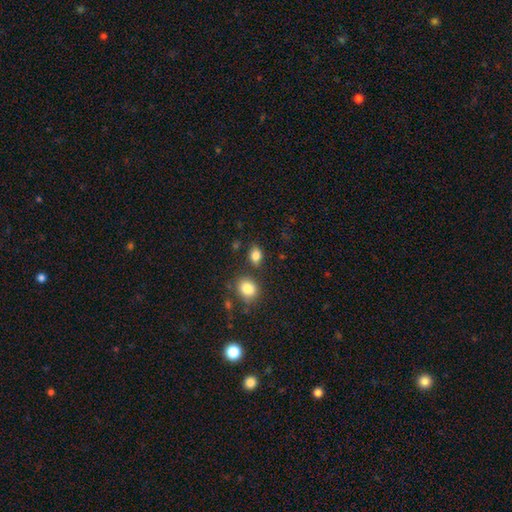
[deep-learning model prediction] Smooth or featured: smooth — 83% (star or artifact — 10%)
How rounded: in between — 69% (round — 29%)
Merging: none — 75% (minor disturbance — 12%)